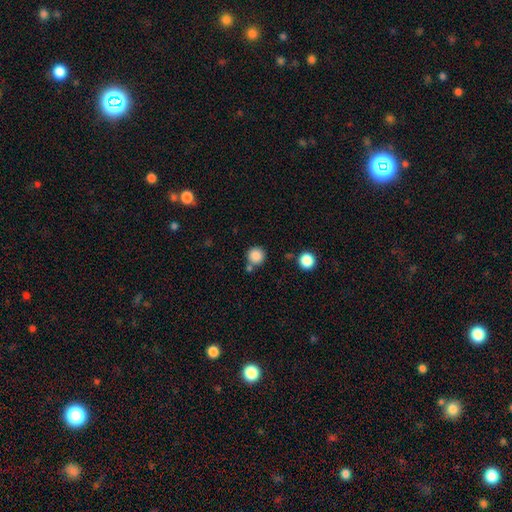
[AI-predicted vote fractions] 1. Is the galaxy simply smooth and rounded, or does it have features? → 86% smooth, 10% star or artifact, 4% featured or disk.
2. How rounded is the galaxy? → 94% round, 5% in between, 1% cigar-shaped.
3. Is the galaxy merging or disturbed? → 74% none, 14% merger, 9% minor disturbance, 3% major disturbance.